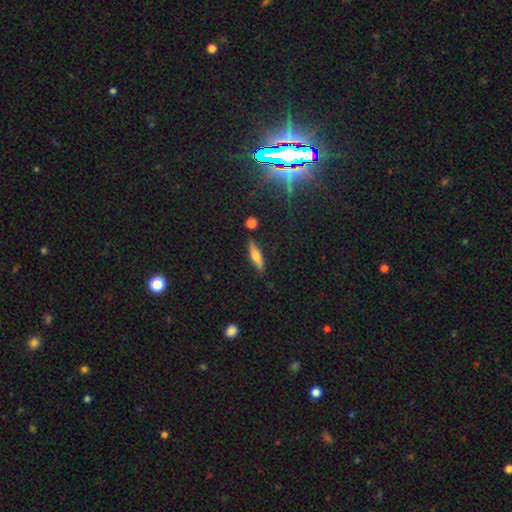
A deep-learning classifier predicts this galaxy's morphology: Smooth or featured: smooth — 60% (featured or disk — 33%)
How rounded: cigar-shaped — 69% (in between — 29%)
Merging: none — 85% (minor disturbance — 11%)